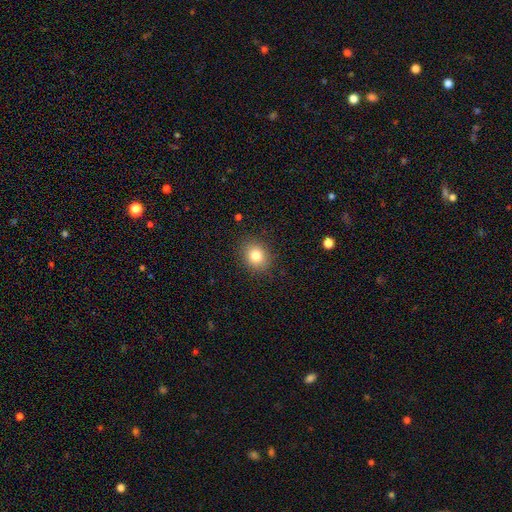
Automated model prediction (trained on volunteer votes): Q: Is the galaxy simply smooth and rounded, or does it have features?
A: smooth — 81%.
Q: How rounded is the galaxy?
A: round — 67%.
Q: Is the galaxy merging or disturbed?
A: none — 88%.